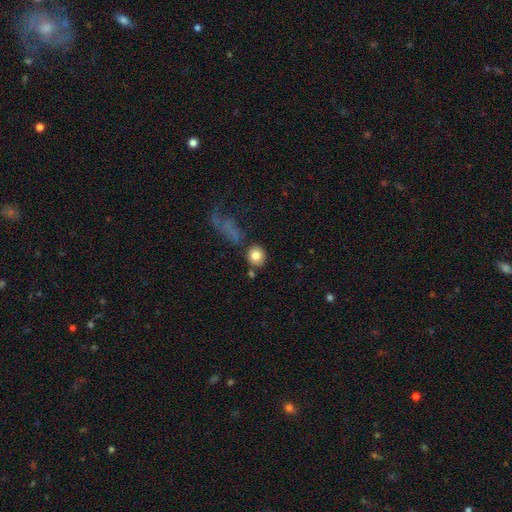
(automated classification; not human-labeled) Q: Smooth or featured?
A: smooth (80%); runner-up: featured or disk (10%)
Q: How rounded?
A: round (80%); runner-up: in between (18%)
Q: Merging?
A: none (75%); runner-up: minor disturbance (10%)